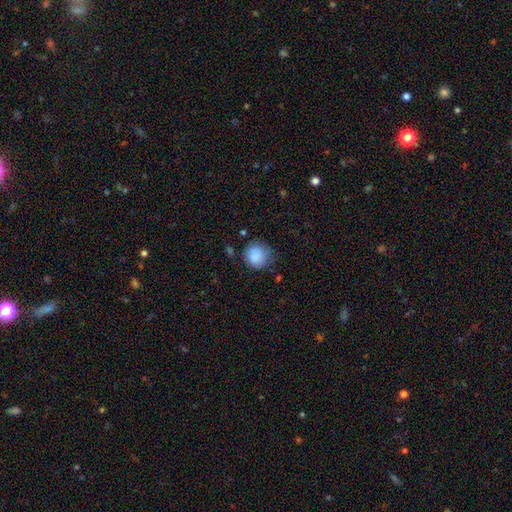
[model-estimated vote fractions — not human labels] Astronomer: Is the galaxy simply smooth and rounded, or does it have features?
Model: smooth — 87%.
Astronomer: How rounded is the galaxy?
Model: round — 89%.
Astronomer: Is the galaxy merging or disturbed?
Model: none — 70%.